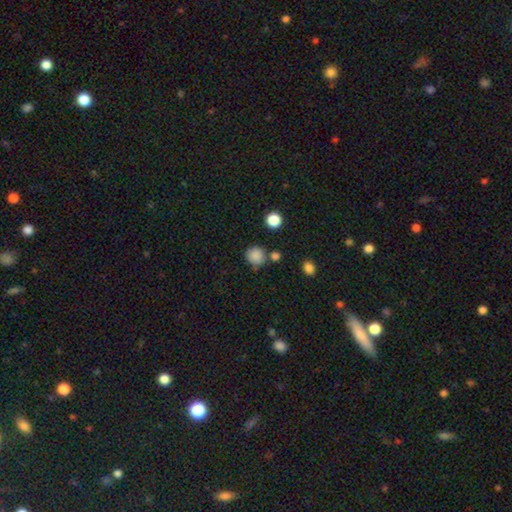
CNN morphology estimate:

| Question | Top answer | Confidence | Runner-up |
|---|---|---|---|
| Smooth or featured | smooth | 85% | star or artifact (11%) |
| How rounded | round | 91% | in between (8%) |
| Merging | none | 74% | minor disturbance (12%) |